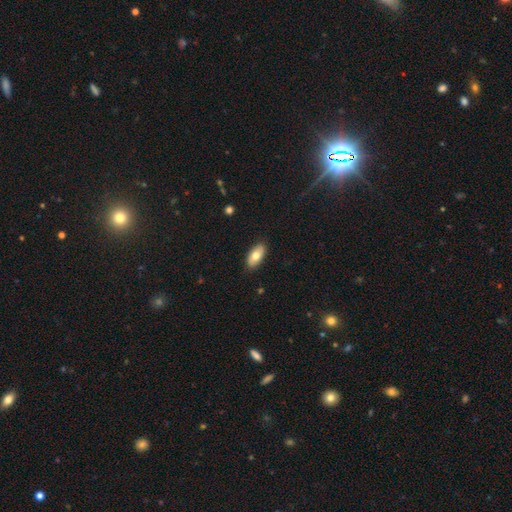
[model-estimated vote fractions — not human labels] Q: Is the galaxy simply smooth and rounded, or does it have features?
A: smooth — 75%.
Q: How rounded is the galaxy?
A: in between — 91%.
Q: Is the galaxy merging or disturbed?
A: none — 87%.